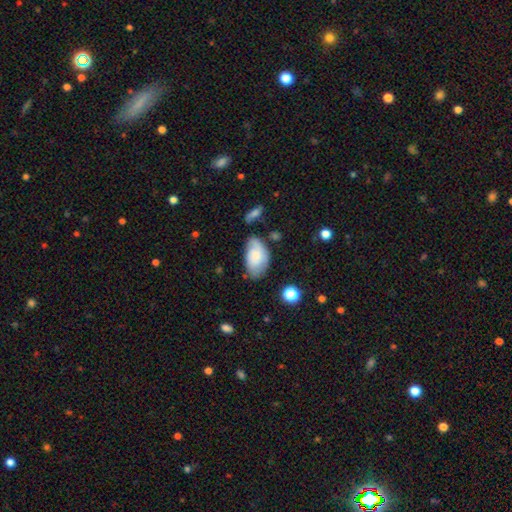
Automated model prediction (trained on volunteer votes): smooth_or_featured: smooth (p=0.64) [alt: featured or disk p=0.28]
how_rounded: in between (p=0.93) [alt: round p=0.05]
merging: none (p=0.55) [alt: minor disturbance p=0.30]